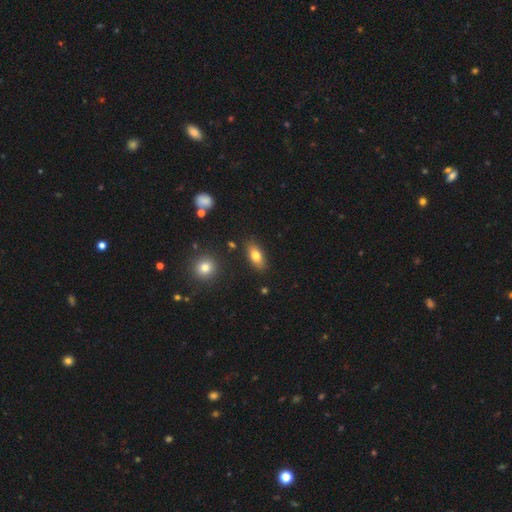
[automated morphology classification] A smooth galaxy with no disk features (76%) that is in between round and cigar-shaped (85%). Merging: none (85%).